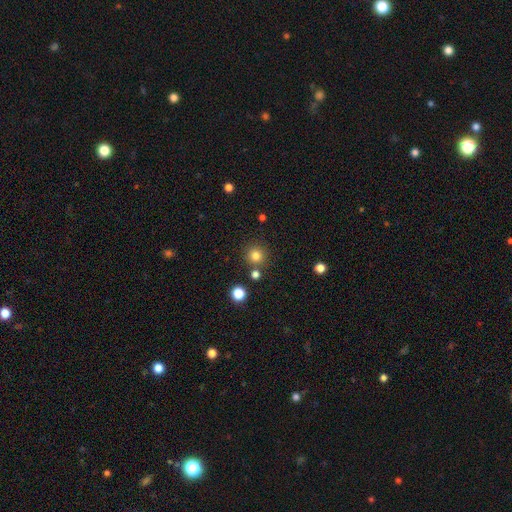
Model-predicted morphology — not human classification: Smooth or featured: smooth — 81% (star or artifact — 14%)
How rounded: round — 94% (in between — 5%)
Merging: none — 83% (merger — 8%)